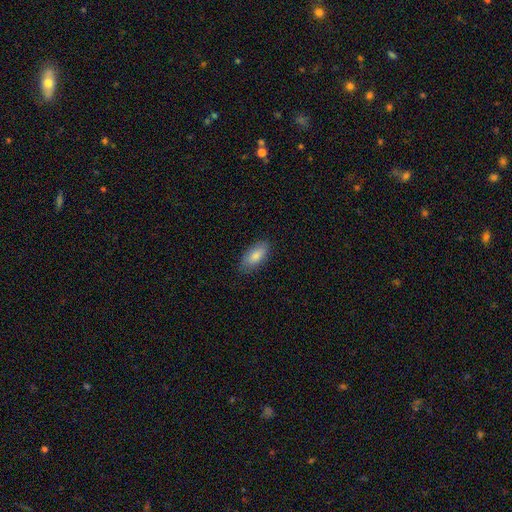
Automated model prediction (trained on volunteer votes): This appears to be a smooth galaxy with no disk features (82%) that is in between round and cigar-shaped (88%). Merging: none (85%).